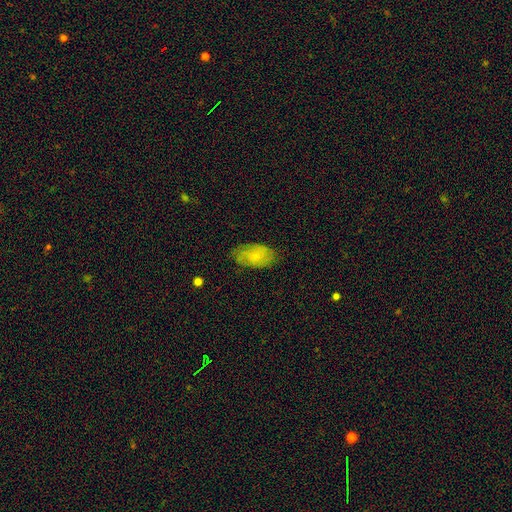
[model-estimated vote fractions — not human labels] Morphology: type=smooth (65%); roundness=in between (92%); merging=none (74%).